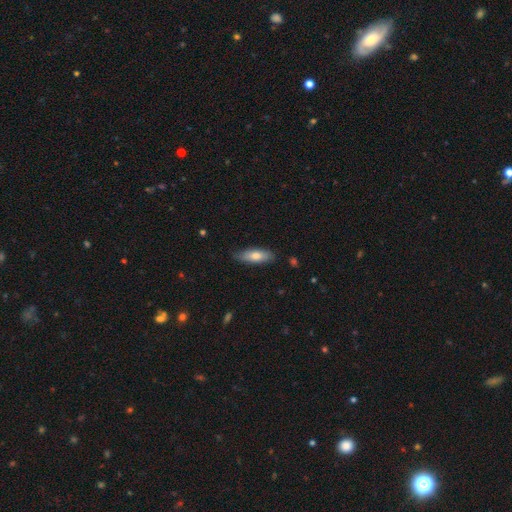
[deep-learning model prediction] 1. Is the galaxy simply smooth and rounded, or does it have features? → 72% smooth, 22% featured or disk, 6% star or artifact.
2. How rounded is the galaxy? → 63% in between, 35% cigar-shaped, 2% round.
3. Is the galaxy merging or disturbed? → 81% none, 16% minor disturbance, 2% major disturbance, 1% merger.